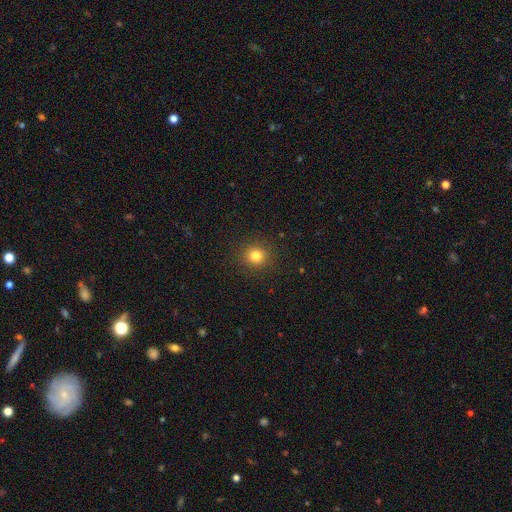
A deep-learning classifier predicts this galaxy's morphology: Smooth or featured?
  - smooth: 81% *
  - star or artifact: 14%
  - featured or disk: 5%
How rounded?
  - round: 92% *
  - in between: 7%
  - cigar-shaped: 1%
Merging?
  - none: 91% *
  - minor disturbance: 5%
  - major disturbance: 2%
  - merger: 1%